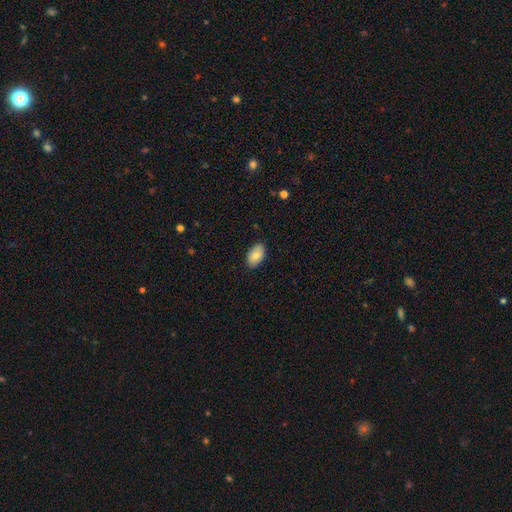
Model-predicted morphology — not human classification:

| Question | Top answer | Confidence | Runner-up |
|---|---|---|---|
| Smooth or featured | smooth | 80% | featured or disk (14%) |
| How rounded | in between | 93% | round (6%) |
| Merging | none | 86% | minor disturbance (11%) |